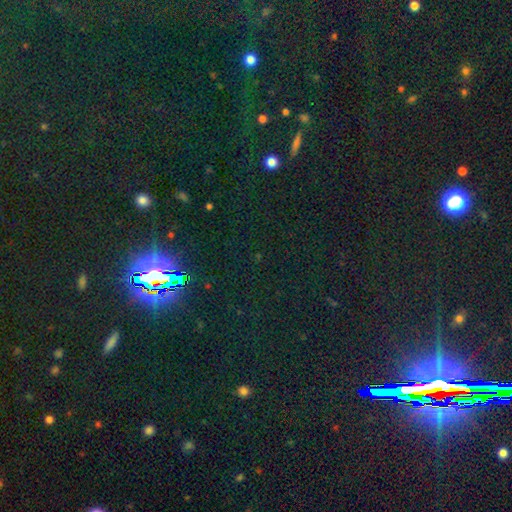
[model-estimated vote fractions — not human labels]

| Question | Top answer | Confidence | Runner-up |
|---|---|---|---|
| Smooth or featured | star or artifact | 84% | smooth (9%) |